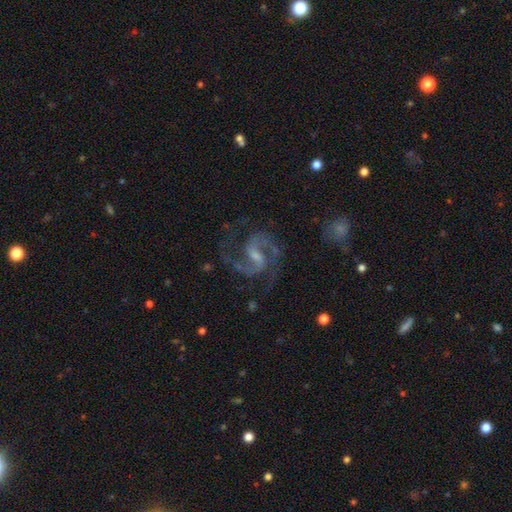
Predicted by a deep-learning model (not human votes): featured or disk 92%, star or artifact 5%, smooth 3%. Down the decision tree: edge-on disk — no (98%); bar — weak (55%); spiral arms — yes (98%); spiral arm count — 2 (92%); spiral winding — medium (67%); bulge size — small (50%); merging — none (75%).